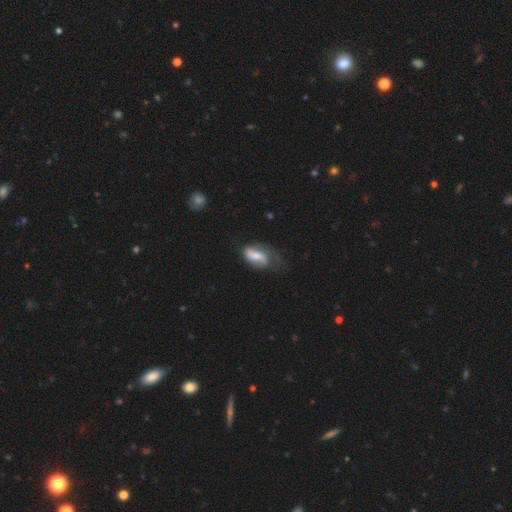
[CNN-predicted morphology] This appears to be a featured or disk galaxy (47%). Merging: none (40%).